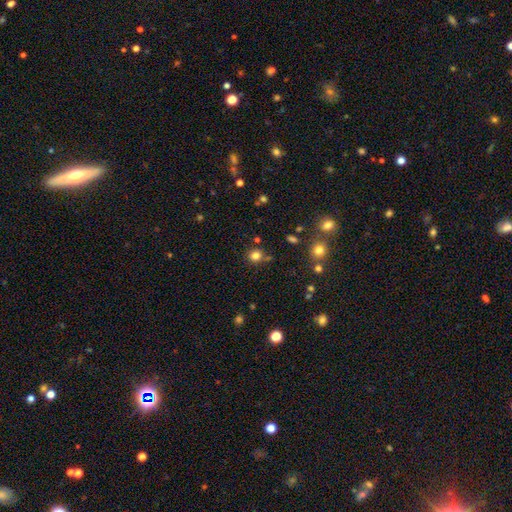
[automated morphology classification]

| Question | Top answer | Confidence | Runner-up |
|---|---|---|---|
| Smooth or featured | smooth | 80% | star or artifact (14%) |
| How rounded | round | 86% | in between (13%) |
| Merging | none | 80% | minor disturbance (11%) |